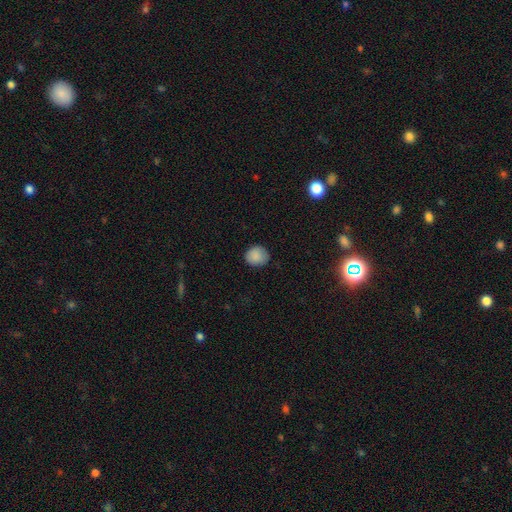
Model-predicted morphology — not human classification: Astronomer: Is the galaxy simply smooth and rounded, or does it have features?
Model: smooth — 88%.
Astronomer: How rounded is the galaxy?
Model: round — 80%.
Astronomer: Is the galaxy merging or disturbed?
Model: none — 85%.